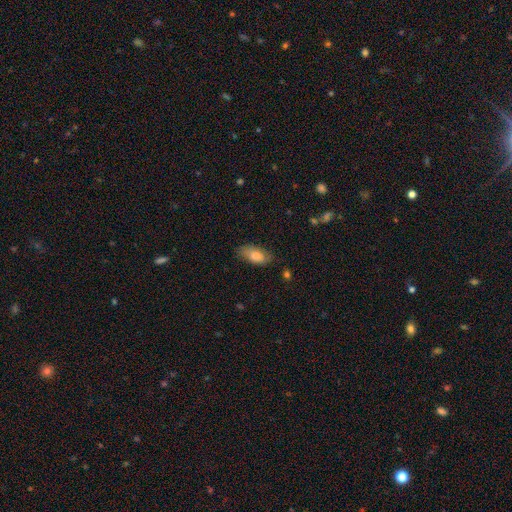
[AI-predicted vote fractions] This is likely a smooth galaxy (78%). How rounded: clearly in between (90%). Merging: likely none (71%).